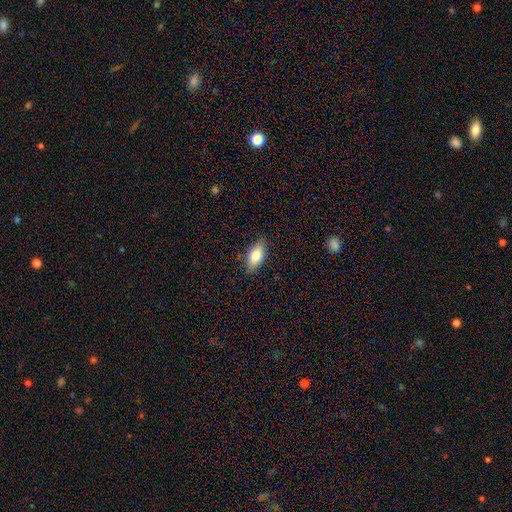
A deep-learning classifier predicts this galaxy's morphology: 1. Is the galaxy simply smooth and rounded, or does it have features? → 84% smooth, 10% featured or disk, 7% star or artifact.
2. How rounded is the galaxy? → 90% in between, 6% cigar-shaped, 4% round.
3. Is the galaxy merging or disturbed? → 84% none, 12% minor disturbance, 3% major disturbance, 1% merger.